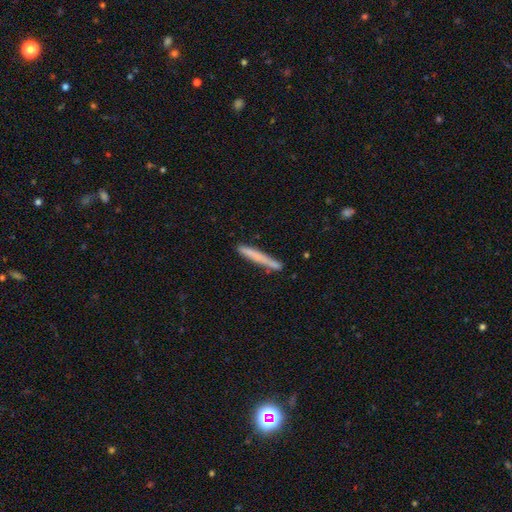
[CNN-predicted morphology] smooth-or-featured: smooth: 68% | featured or disk: 26% | star or artifact: 6%
  how-rounded: cigar-shaped: 96% | in between: 3% | round: 1%
  merging: none: 76% | minor disturbance: 15% | merger: 6% | major disturbance: 3%